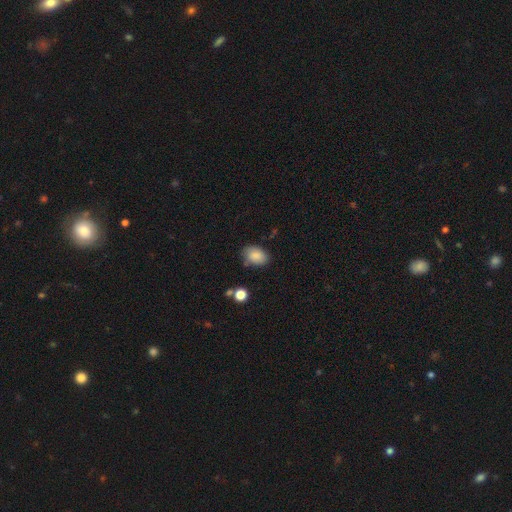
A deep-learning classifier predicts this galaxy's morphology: A smooth galaxy with no disk features (85%) that is in between round and cigar-shaped (84%).

Vote fractions:
- Smooth or featured? smooth: 85% / star or artifact: 8% / featured or disk: 7%
- How rounded? in between: 84% / round: 15% / cigar-shaped: 1%
- Merging? none: 71% / minor disturbance: 20% / major disturbance: 5% / merger: 4%